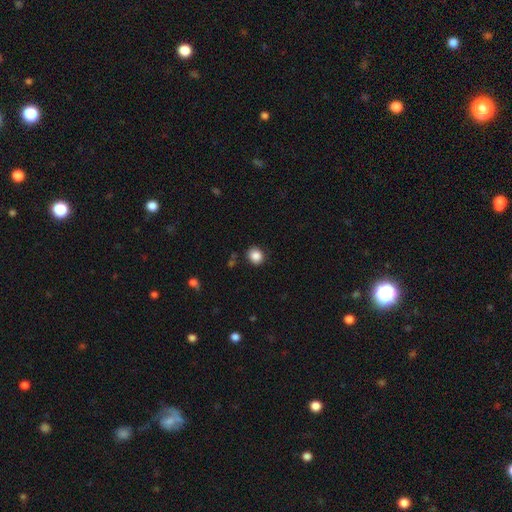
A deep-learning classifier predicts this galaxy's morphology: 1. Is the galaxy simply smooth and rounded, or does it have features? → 86% smooth, 10% star or artifact, 4% featured or disk.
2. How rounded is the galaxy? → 78% round, 21% in between, 1% cigar-shaped.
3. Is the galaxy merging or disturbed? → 86% none, 9% minor disturbance, 3% major disturbance, 2% merger.